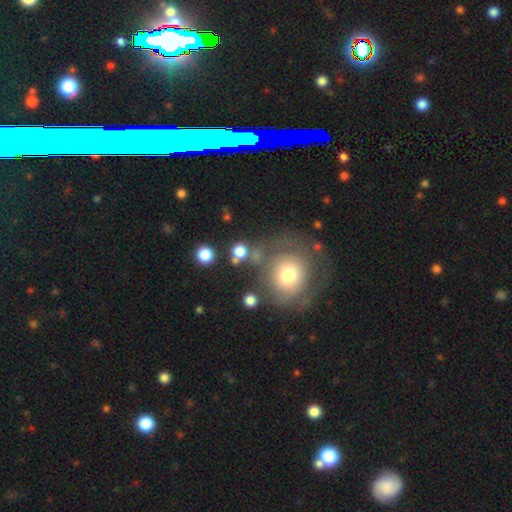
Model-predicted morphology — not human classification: A smooth galaxy with no disk features (60%) that is round (85%).

Vote fractions:
- Smooth or featured? smooth: 60% / featured or disk: 23% / star or artifact: 17%
- How rounded? round: 85% / in between: 14% / cigar-shaped: 1%
- Merging? none: 63% / minor disturbance: 16% / major disturbance: 12% / merger: 9%